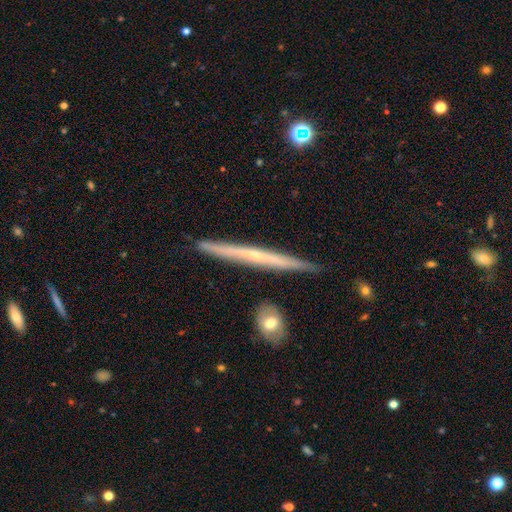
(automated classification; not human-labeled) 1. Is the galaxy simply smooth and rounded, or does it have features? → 65% featured or disk, 28% smooth, 6% star or artifact.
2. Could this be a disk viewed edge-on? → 97% yes, 3% no.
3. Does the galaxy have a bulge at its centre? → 66% none, 30% rounded, 4% boxy.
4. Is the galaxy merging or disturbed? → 87% none, 9% minor disturbance, 2% merger, 1% major disturbance.